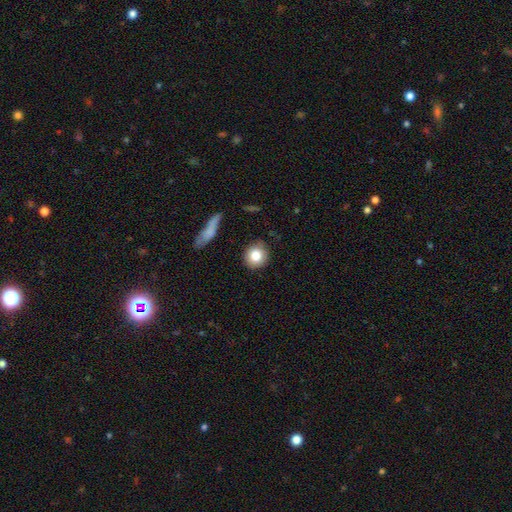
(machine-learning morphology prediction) smooth-or-featured: smooth: 81% | featured or disk: 10% | star or artifact: 9%
  how-rounded: round: 88% | in between: 10% | cigar-shaped: 1%
  merging: none: 86% | minor disturbance: 10% | major disturbance: 2% | merger: 2%